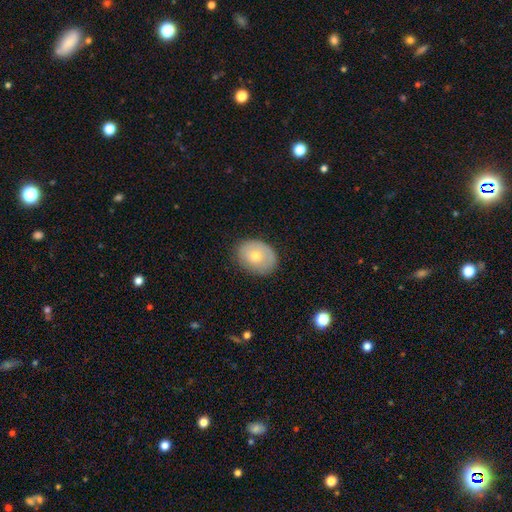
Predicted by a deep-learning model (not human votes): Smooth or featured?
  - smooth: 66% *
  - featured or disk: 26%
  - star or artifact: 8%
How rounded?
  - in between: 60% *
  - round: 40%
  - cigar-shaped: 1%
Merging?
  - none: 81% *
  - minor disturbance: 14%
  - major disturbance: 3%
  - merger: 1%